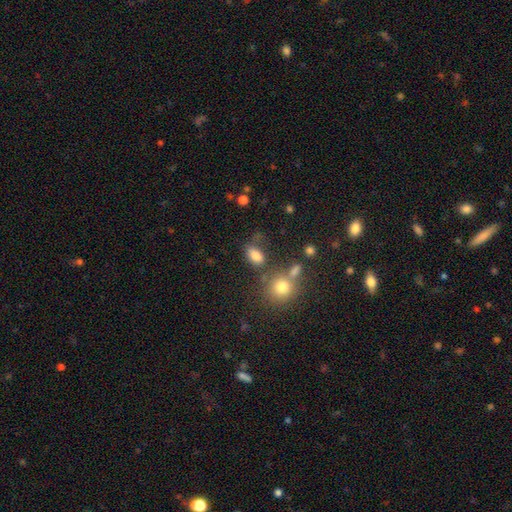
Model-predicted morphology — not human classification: Overall: smooth (81%). How rounded: in between (83%). Merging: none (60%).